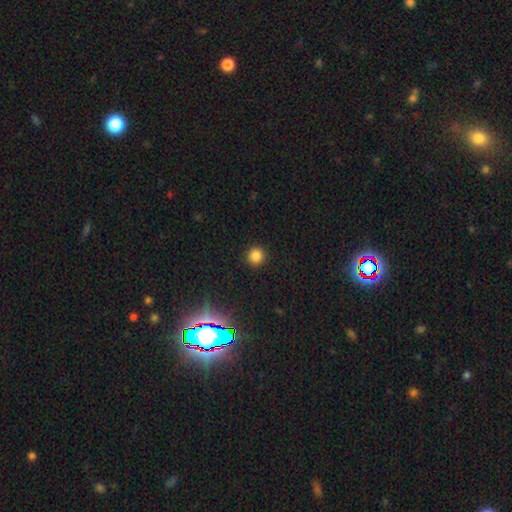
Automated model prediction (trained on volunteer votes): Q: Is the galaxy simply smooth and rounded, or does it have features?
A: smooth — 82%.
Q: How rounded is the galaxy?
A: round — 94%.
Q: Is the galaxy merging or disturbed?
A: none — 92%.